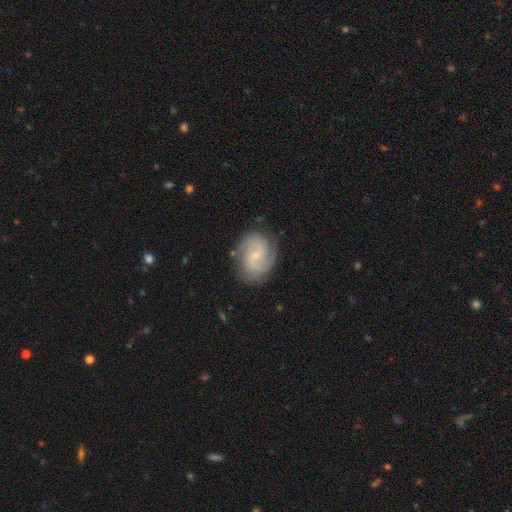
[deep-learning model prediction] smooth-or-featured: featured or disk: 80% | smooth: 14% | star or artifact: 6%
  disk-edge-on: no: 98% | yes: 2%
    bar: weak: 48% | no: 44% | strong: 8%
    has-spiral-arms: yes: 96% | no: 4%
      spiral-winding: medium: 47% | tight: 38% | loose: 16%
      spiral-arm-count: 2: 68% | can't tell: 13% | 3: 11% | 1: 3% | 4: 3% | more than 4: 3%
    bulge-size: small: 77% | moderate: 16% | none: 4% | large: 1% | dominant: 1%
  merging: none: 80% | minor disturbance: 14% | major disturbance: 4% | merger: 1%